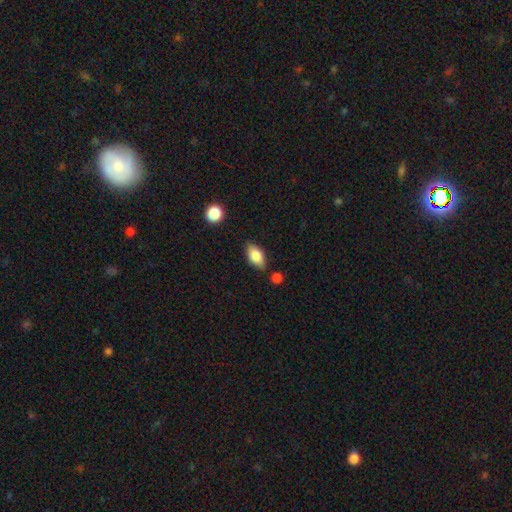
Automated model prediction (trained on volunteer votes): smooth 76%, featured or disk 16%, star or artifact 7%. Down the decision tree: how rounded — in between (88%); merging — none (79%).